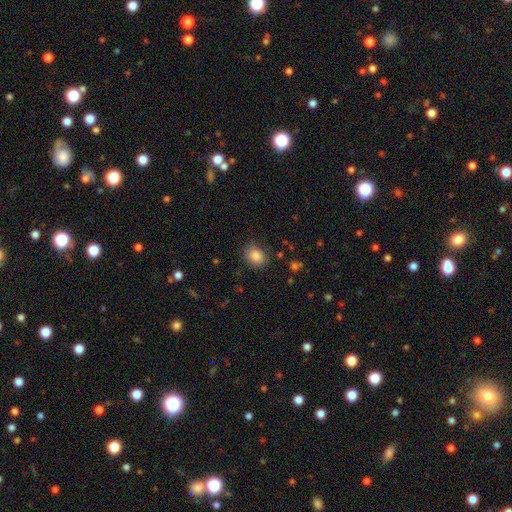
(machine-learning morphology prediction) Q: Smooth or featured?
A: smooth (85%); runner-up: star or artifact (9%)
Q: How rounded?
A: in between (55%); runner-up: round (44%)
Q: Merging?
A: none (82%); runner-up: minor disturbance (13%)